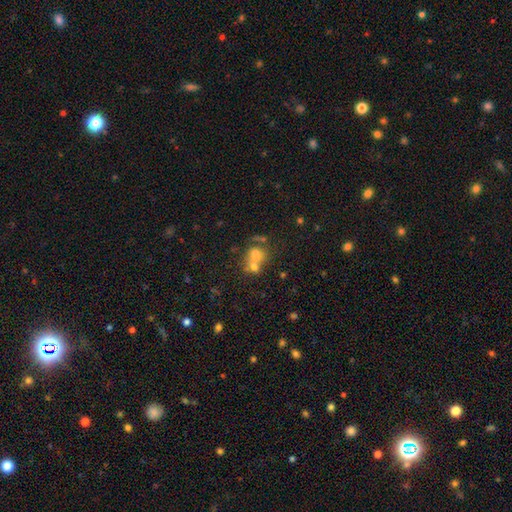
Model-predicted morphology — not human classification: This appears to be a smooth galaxy with no disk features (61%) that is round (61%). Merging: merger (55%).